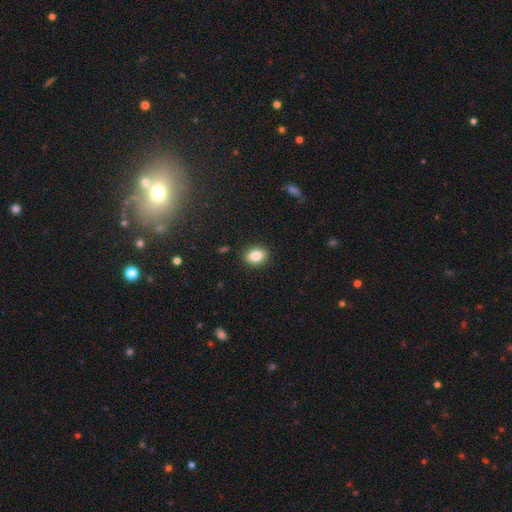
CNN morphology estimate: smooth-or-featured: smooth: 84% | star or artifact: 9% | featured or disk: 8%
  how-rounded: in between: 64% | round: 35% | cigar-shaped: 1%
  merging: none: 89% | minor disturbance: 8% | major disturbance: 2% | merger: 1%